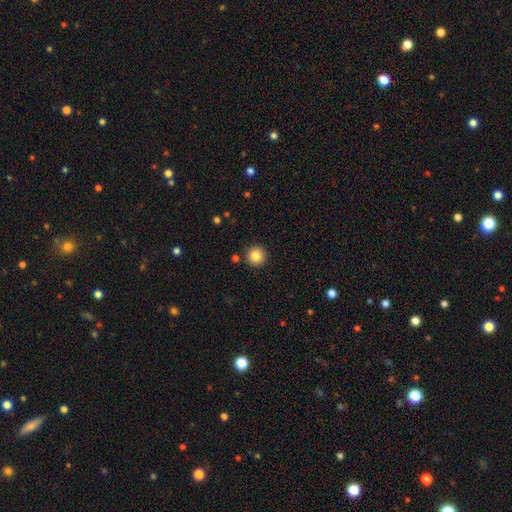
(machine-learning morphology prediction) Q: Smooth or featured?
A: smooth (85%); runner-up: star or artifact (10%)
Q: How rounded?
A: round (96%); runner-up: in between (3%)
Q: Merging?
A: none (91%); runner-up: minor disturbance (5%)